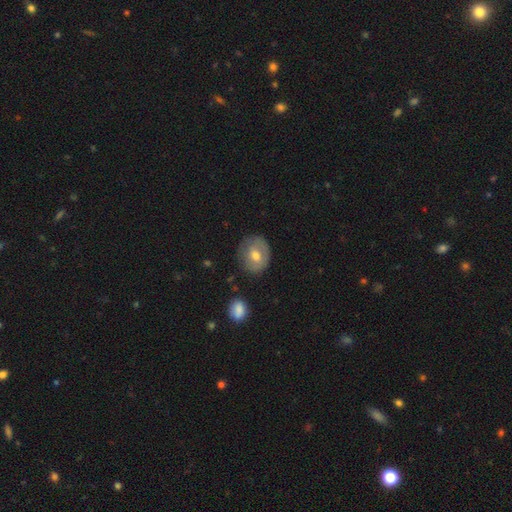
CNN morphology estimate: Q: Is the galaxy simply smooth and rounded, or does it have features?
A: smooth — 60%.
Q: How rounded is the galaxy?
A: round — 68%.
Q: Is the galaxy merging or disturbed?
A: none — 74%.